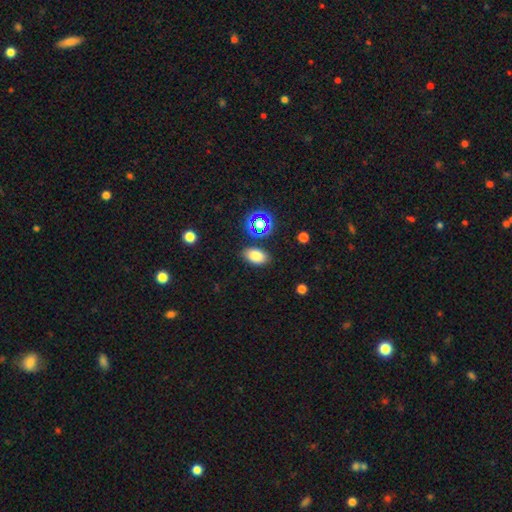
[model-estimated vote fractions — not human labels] Smooth or featured: smooth — 78% (star or artifact — 15%)
How rounded: in between — 88% (round — 10%)
Merging: none — 83% (minor disturbance — 11%)